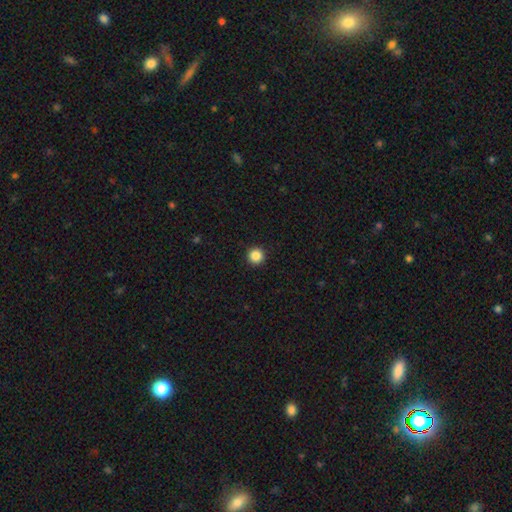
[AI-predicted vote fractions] smooth 87%, star or artifact 10%, featured or disk 3%. Down the decision tree: how rounded — round (96%); merging — none (94%).